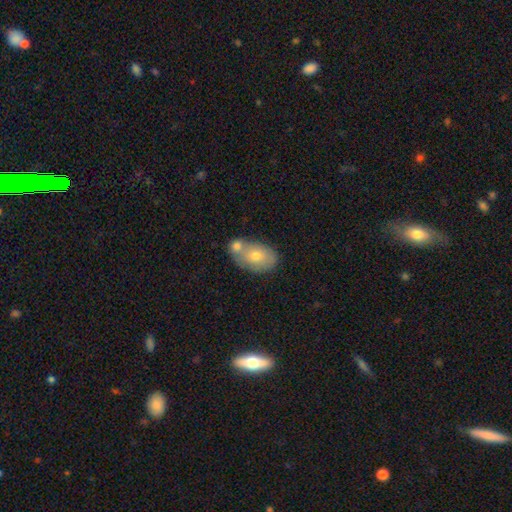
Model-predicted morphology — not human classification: smooth 68%, featured or disk 24%, star or artifact 8%. Down the decision tree: how rounded — in between (86%); merging — none (43%).